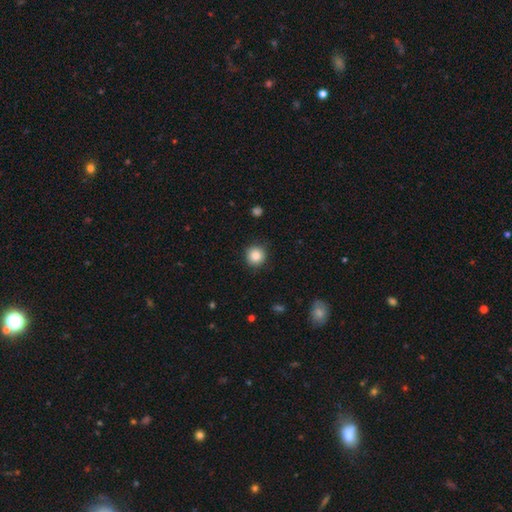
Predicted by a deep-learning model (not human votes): Smooth or featured: smooth — 86% (star or artifact — 10%)
How rounded: round — 94% (in between — 5%)
Merging: none — 89% (minor disturbance — 8%)